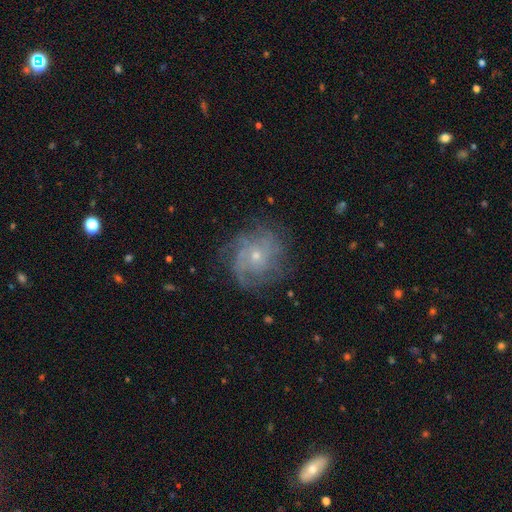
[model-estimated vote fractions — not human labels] smooth-or-featured: featured or disk: 78% | smooth: 13% | star or artifact: 9%
  disk-edge-on: no: 97% | yes: 3%
    bar: no: 80% | weak: 18% | strong: 3%
    has-spiral-arms: yes: 91% | no: 9%
      spiral-winding: tight: 50% | medium: 36% | loose: 14%
      spiral-arm-count: can't tell: 37% | 3: 19% | 4: 18% | 2: 12% | more than 4: 8% | 1: 6%
    bulge-size: small: 70% | moderate: 27% | none: 2% | large: 1% | dominant: 1%
  merging: none: 69% | minor disturbance: 19% | major disturbance: 11% | merger: 1%